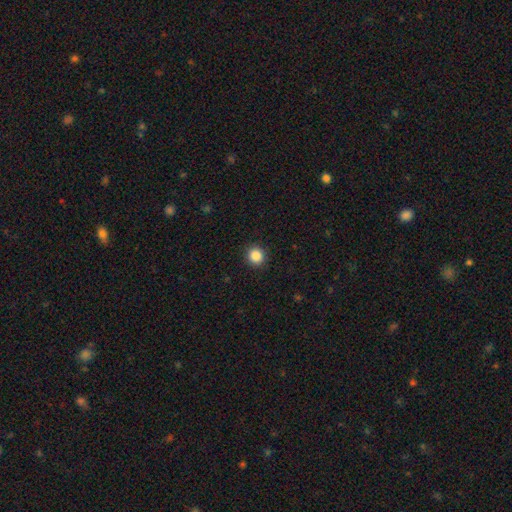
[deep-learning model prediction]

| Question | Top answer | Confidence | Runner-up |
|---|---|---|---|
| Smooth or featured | smooth | 87% | star or artifact (10%) |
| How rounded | round | 92% | in between (7%) |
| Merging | none | 91% | minor disturbance (6%) |